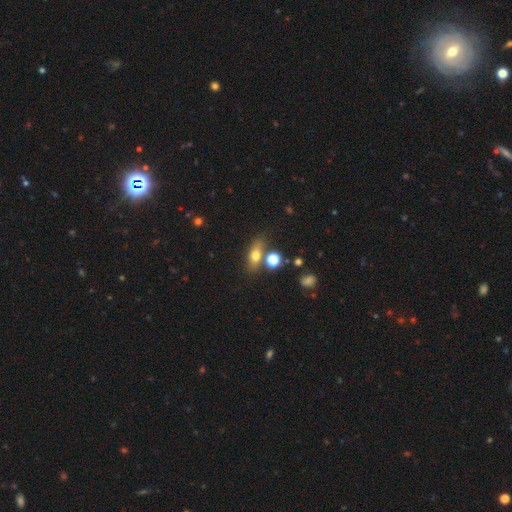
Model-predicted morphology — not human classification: This is likely a smooth galaxy (70%). How rounded: likely in between (65%). Merging: likely none (66%).